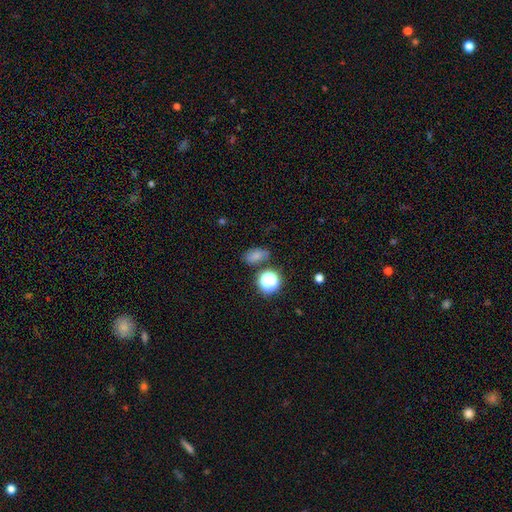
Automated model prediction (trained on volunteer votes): smooth 70%, star or artifact 19%, featured or disk 11%. Down the decision tree: how rounded — in between (77%); merging — none (71%).